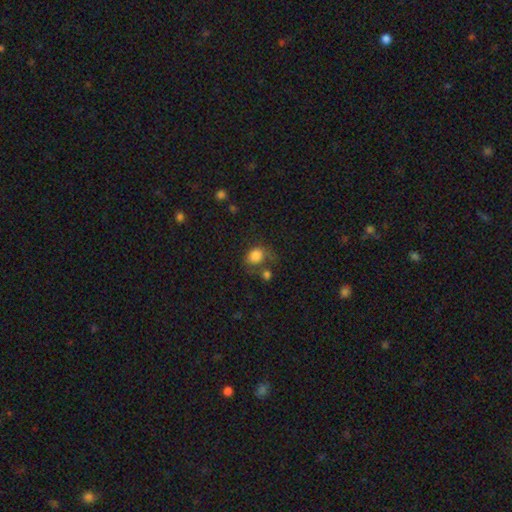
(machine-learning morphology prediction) type=smooth (82%); roundness=in between (50%); merging=none (39%).